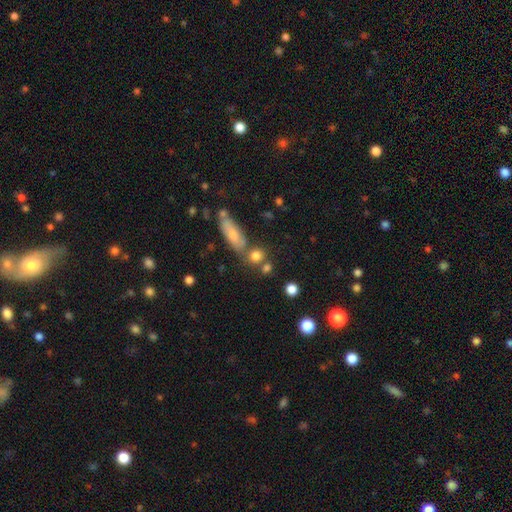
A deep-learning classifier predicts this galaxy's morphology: smooth_or_featured: smooth (p=0.79) [alt: star or artifact p=0.11]
how_rounded: round (p=0.75) [alt: in between p=0.19]
merging: none (p=0.62) [alt: merger p=0.22]